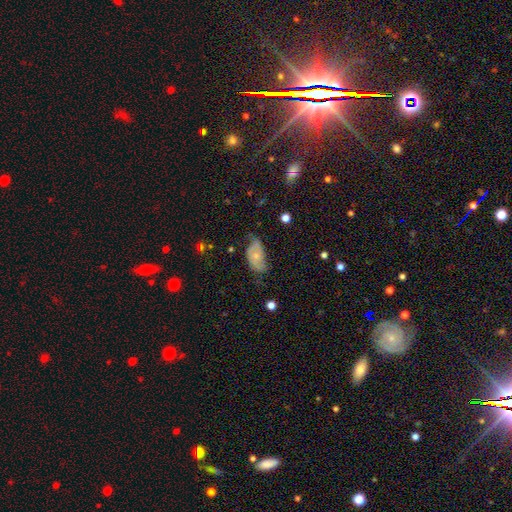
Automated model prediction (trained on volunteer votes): Smooth or featured: smooth — 49% (featured or disk — 43%)
Merging: minor disturbance — 40% (none — 39%)